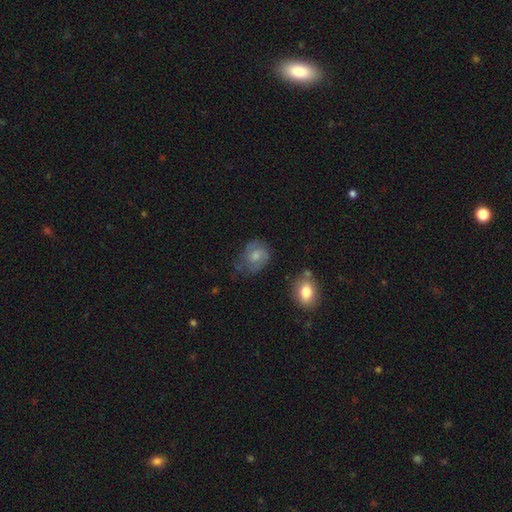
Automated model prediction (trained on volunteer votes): smooth_or_featured: smooth (p=0.51) [alt: featured or disk p=0.40]
how_rounded: in between (p=0.50) [alt: round p=0.48]
merging: none (p=0.51) [alt: minor disturbance p=0.30]